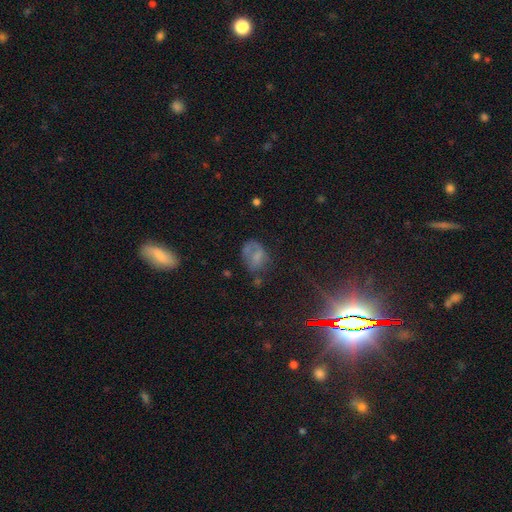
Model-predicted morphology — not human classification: This appears to be a smooth galaxy with no disk features (53%) that is in between round and cigar-shaped (65%). Merging: none (42%).